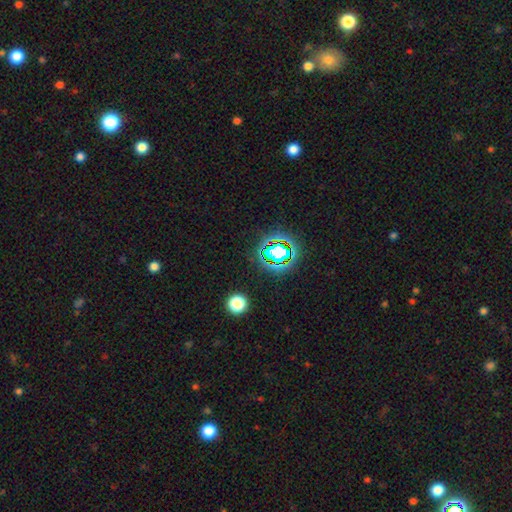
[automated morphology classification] This appears to be a star or artifact, not a galaxy (74%).